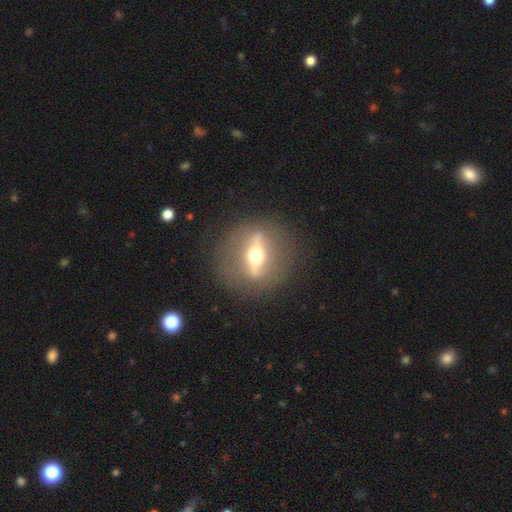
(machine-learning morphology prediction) Q: Smooth or featured?
A: featured or disk (78%); runner-up: smooth (15%)
Q: Edge-on disk?
A: yes (60%); runner-up: no (40%)
Q: Merging?
A: none (85%); runner-up: minor disturbance (8%)